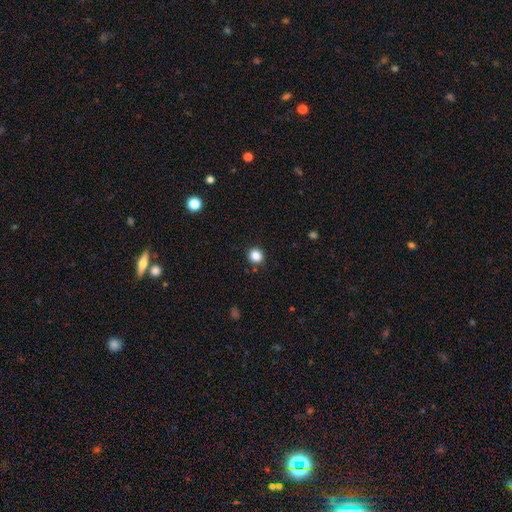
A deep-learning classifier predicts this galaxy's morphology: smooth-or-featured: smooth: 85% | star or artifact: 11% | featured or disk: 3%
  how-rounded: round: 87% | in between: 12% | cigar-shaped: 1%
  merging: none: 90% | minor disturbance: 6% | major disturbance: 2% | merger: 1%